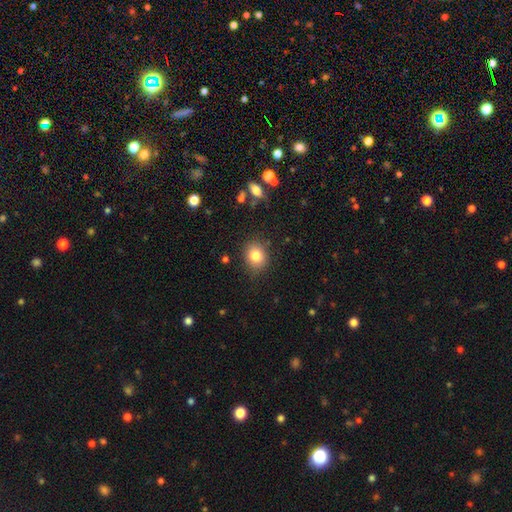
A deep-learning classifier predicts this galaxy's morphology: smooth_or_featured: smooth (p=0.82) [alt: star or artifact p=0.11]
how_rounded: round (p=0.65) [alt: in between p=0.34]
merging: none (p=0.85) [alt: minor disturbance p=0.11]